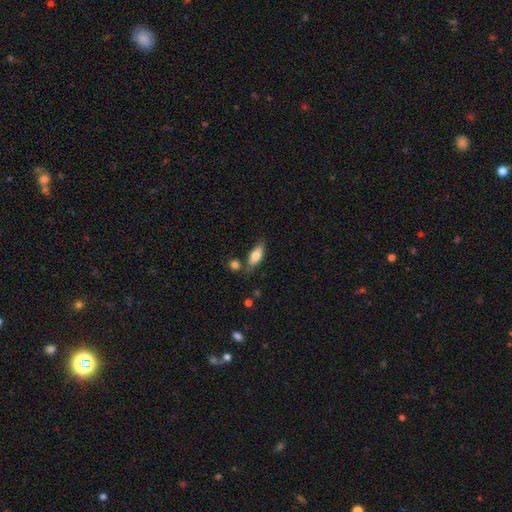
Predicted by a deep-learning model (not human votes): smooth 74%, featured or disk 20%, star or artifact 6%. Down the decision tree: how rounded — in between (76%); merging — none (67%).